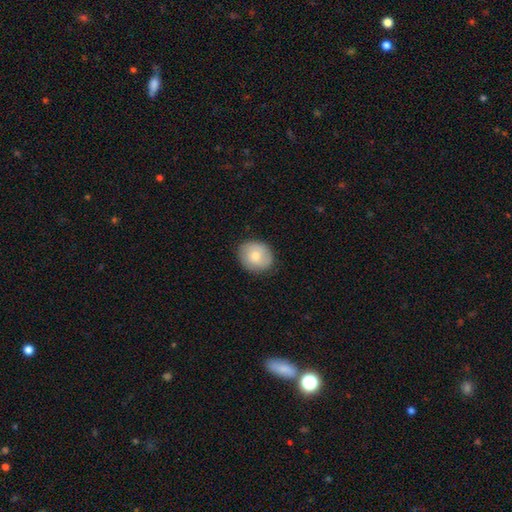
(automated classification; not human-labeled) A smooth galaxy with no disk features (69%) that is round (75%). Merging: none (85%).